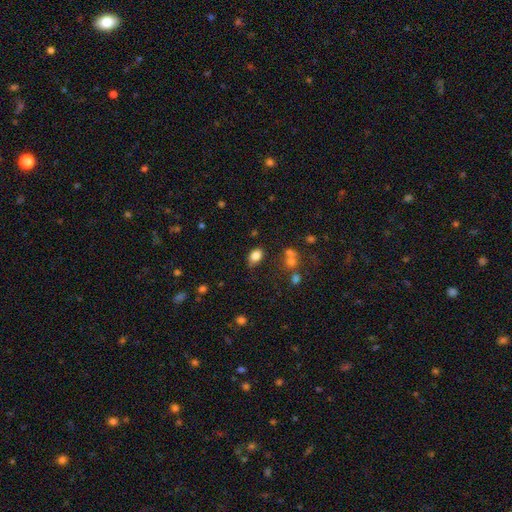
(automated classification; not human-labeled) smooth 82%, star or artifact 11%, featured or disk 7%. Down the decision tree: how rounded — in between (76%); merging — none (71%).